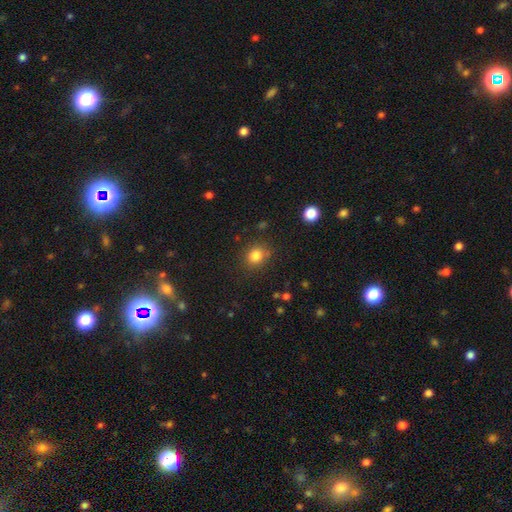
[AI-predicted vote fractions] Smooth or featured: smooth — 82% (star or artifact — 12%)
How rounded: round — 73% (in between — 26%)
Merging: none — 80% (minor disturbance — 13%)